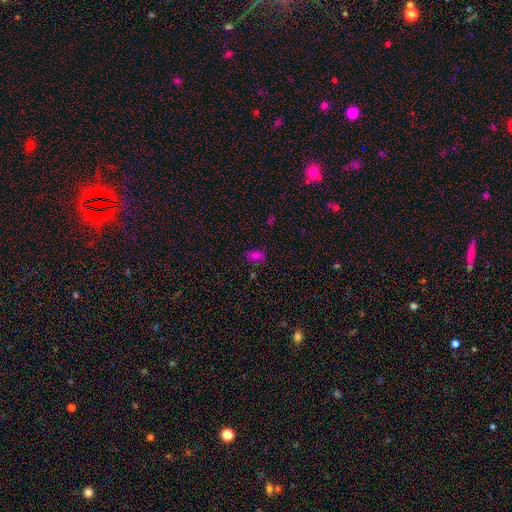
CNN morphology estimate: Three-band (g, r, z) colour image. It shows a smooth galaxy with no disk features (74%) that is in between round and cigar-shaped (79%). Merging: none (78%).